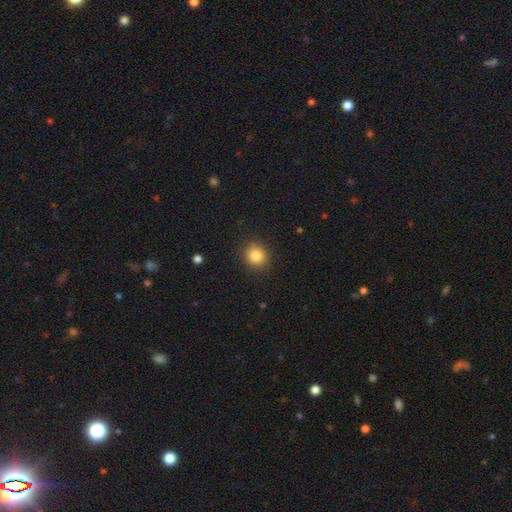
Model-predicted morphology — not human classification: A smooth galaxy with no disk features (84%) that is round (90%).

Vote fractions:
- Smooth or featured? smooth: 84% / star or artifact: 11% / featured or disk: 5%
- How rounded? round: 90% / in between: 9% / cigar-shaped: 1%
- Merging? none: 89% / minor disturbance: 8% / major disturbance: 2% / merger: 1%